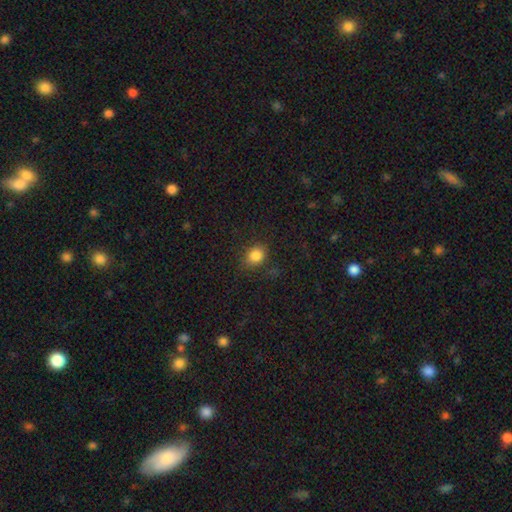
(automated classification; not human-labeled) This is clearly a smooth galaxy (83%). How rounded: likely round (62%). Merging: likely none (79%).